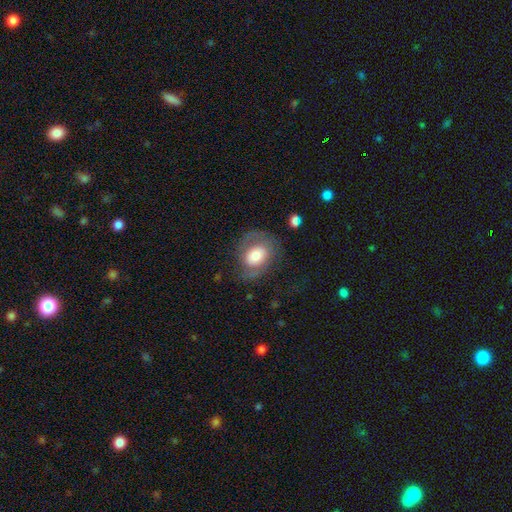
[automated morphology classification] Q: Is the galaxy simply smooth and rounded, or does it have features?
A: smooth — 49%.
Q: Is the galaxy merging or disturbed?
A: none — 65%.